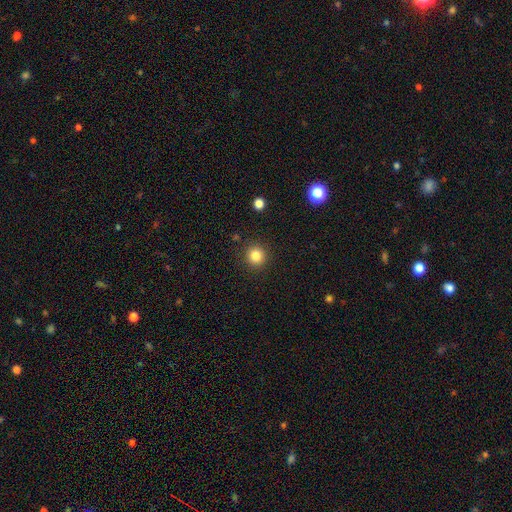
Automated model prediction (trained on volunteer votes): Smooth or featured: smooth — 83% (star or artifact — 12%)
How rounded: round — 93% (in between — 6%)
Merging: none — 91% (minor disturbance — 6%)